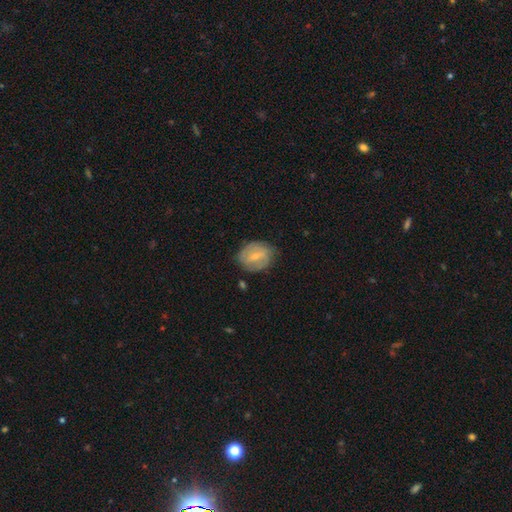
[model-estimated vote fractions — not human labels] featured or disk 55%, smooth 38%, star or artifact 7%. Down the decision tree: edge-on disk — no (96%); bar — weak (53%); spiral arms — yes (67%); bulge size — small (62%); merging — none (71%).